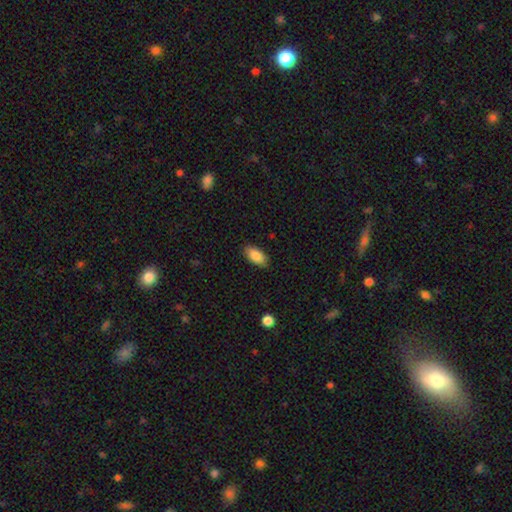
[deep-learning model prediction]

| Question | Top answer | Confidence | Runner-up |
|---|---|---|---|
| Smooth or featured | smooth | 86% | featured or disk (7%) |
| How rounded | in between | 92% | cigar-shaped (5%) |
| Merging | none | 86% | minor disturbance (11%) |